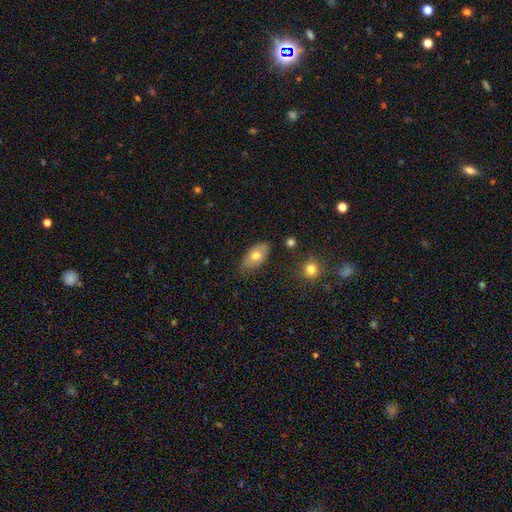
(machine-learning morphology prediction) A smooth galaxy with no disk features (67%) that is in between round and cigar-shaped (92%).

Vote fractions:
- Smooth or featured? smooth: 67% / featured or disk: 26% / star or artifact: 7%
- How rounded? in between: 92% / round: 5% / cigar-shaped: 3%
- Merging? none: 70% / minor disturbance: 24% / major disturbance: 4% / merger: 2%